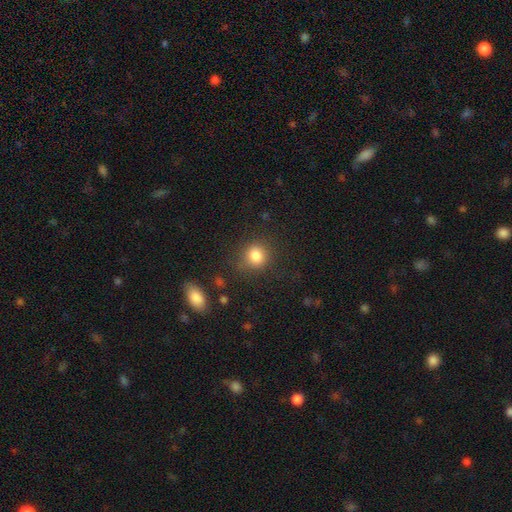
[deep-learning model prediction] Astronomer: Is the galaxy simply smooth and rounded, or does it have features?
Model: smooth — 84%.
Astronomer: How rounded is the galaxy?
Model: round — 81%.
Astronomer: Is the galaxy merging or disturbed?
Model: none — 80%.